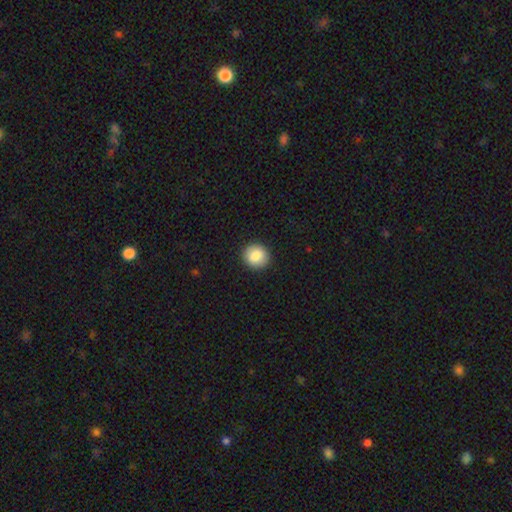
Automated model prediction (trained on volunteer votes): This is clearly a smooth galaxy (85%). How rounded: clearly round (90%). Merging: clearly none (92%).